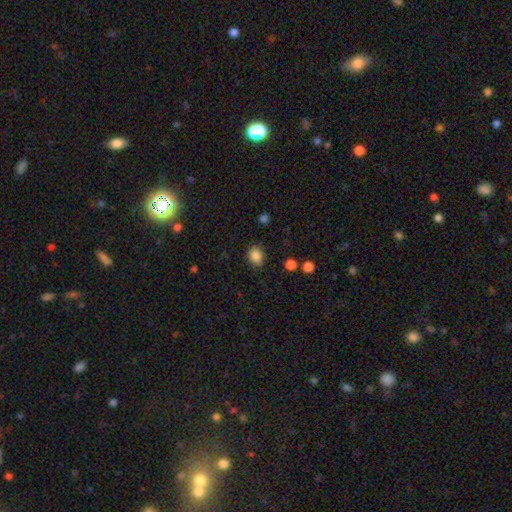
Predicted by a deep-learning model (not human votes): The model was most divided on "how rounded": in between: 62%, round: 37%, cigar-shaped: 1%. More confident: smooth or featured — smooth (85%); merging — none (82%).